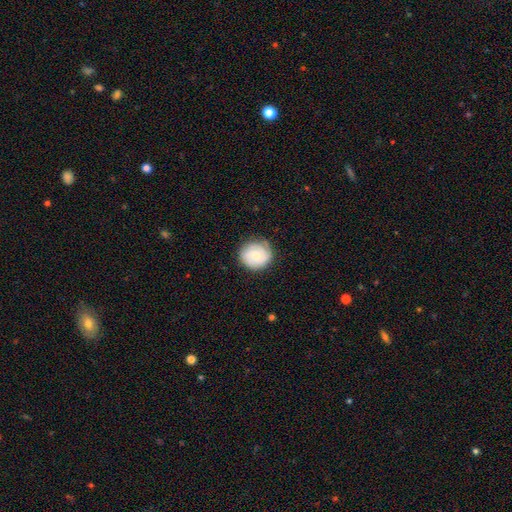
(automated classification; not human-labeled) Smooth or featured: smooth — 56% (featured or disk — 37%)
How rounded: round — 86% (in between — 13%)
Merging: none — 79% (minor disturbance — 16%)